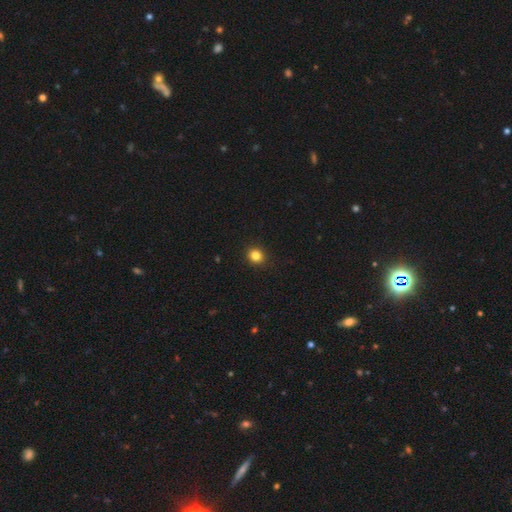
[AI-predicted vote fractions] The model was most divided on "how rounded": round: 84%, in between: 15%, cigar-shaped: 1%. More confident: merging — none (92%); smooth or featured — smooth (83%).